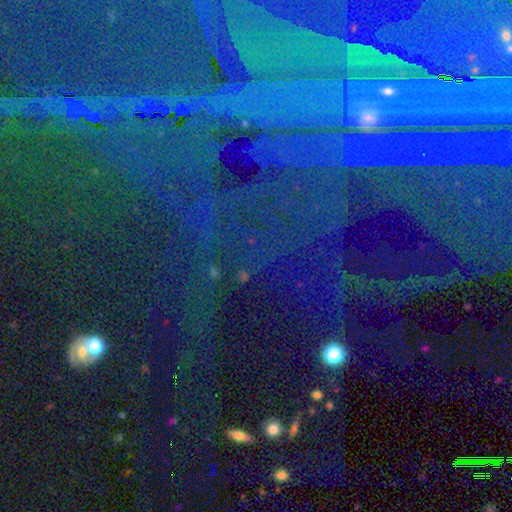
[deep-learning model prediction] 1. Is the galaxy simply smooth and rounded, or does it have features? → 73% star or artifact, 14% featured or disk, 12% smooth.